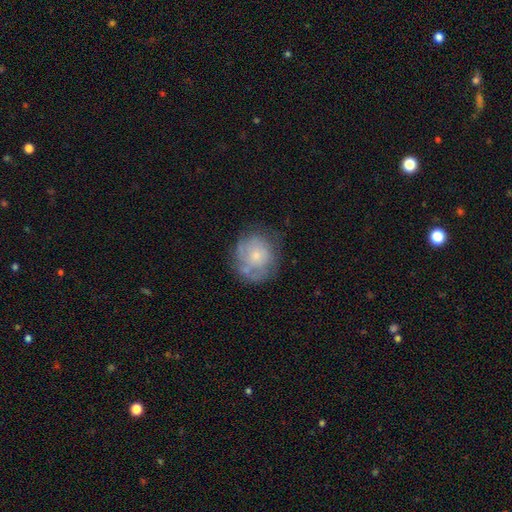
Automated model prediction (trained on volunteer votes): smooth 50%, featured or disk 41%, star or artifact 8%. Down the decision tree: how rounded — round (82%); merging — none (58%).